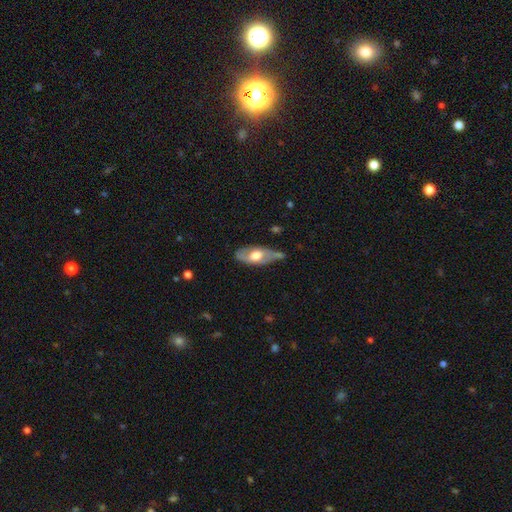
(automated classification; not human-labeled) Smooth or featured?
  - featured or disk: 50% *
  - smooth: 45%
  - star or artifact: 6%
Merging?
  - none: 55% *
  - minor disturbance: 30%
  - major disturbance: 9%
  - merger: 6%